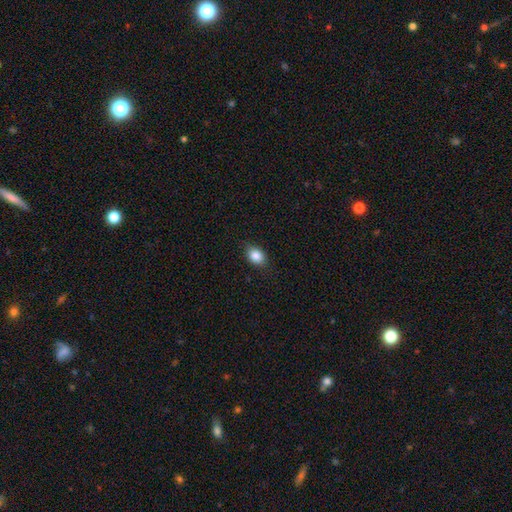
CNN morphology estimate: Smooth or featured?
  - smooth: 85% *
  - star or artifact: 8%
  - featured or disk: 6%
How rounded?
  - in between: 76% *
  - round: 22%
  - cigar-shaped: 1%
Merging?
  - none: 83% *
  - minor disturbance: 13%
  - major disturbance: 3%
  - merger: 1%